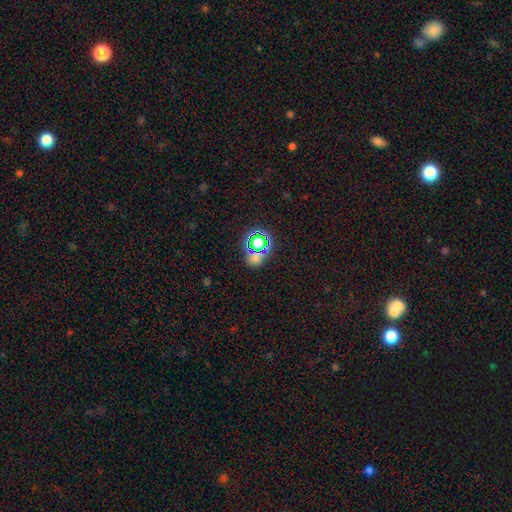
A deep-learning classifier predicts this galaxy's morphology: Overall: star or artifact (62%; smooth 30%).